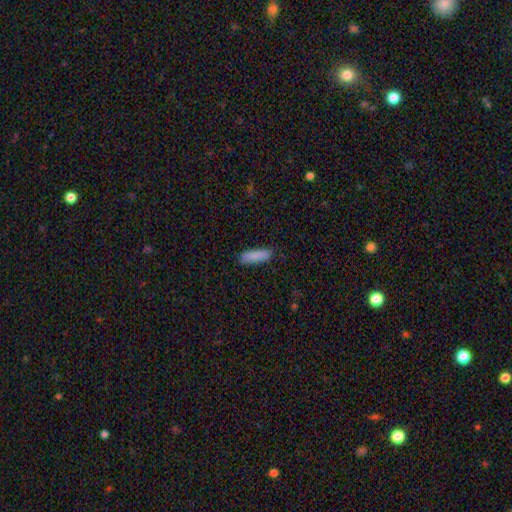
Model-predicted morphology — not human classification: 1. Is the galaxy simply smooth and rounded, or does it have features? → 88% smooth, 6% star or artifact, 6% featured or disk.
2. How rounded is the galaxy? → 56% cigar-shaped, 42% in between, 1% round.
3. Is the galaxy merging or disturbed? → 85% none, 12% minor disturbance, 2% major disturbance, 1% merger.